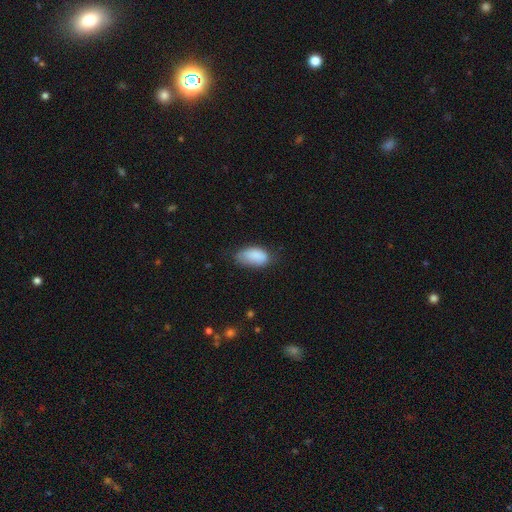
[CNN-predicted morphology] Q: Smooth or featured?
A: smooth (86%); runner-up: star or artifact (7%)
Q: How rounded?
A: in between (93%); runner-up: round (4%)
Q: Merging?
A: none (54%); runner-up: minor disturbance (34%)